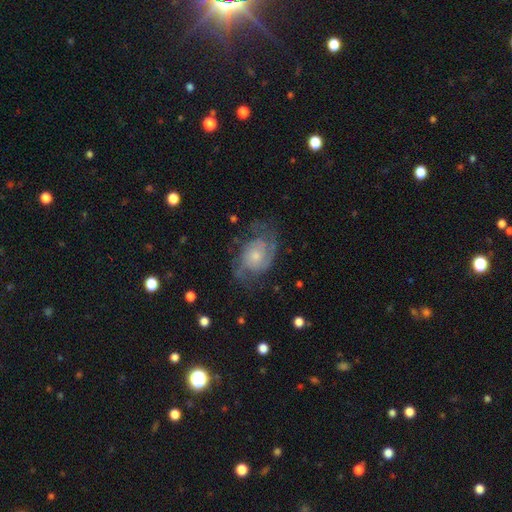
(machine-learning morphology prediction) smooth_or_featured: featured or disk (p=0.75) [alt: smooth p=0.18]
disk_edge_on: no (p=0.97) [alt: yes p=0.03]
bar: no (p=0.76) [alt: weak p=0.21]
has_spiral_arms: yes (p=0.90) [alt: no p=0.10]
spiral_winding: medium (p=0.44) [alt: tight p=0.35]
spiral_arm_count: 2 (p=0.66) [alt: can't tell p=0.18]
bulge_size: small (p=0.56) [alt: moderate p=0.33]
merging: none (p=0.59) [alt: minor disturbance p=0.22]